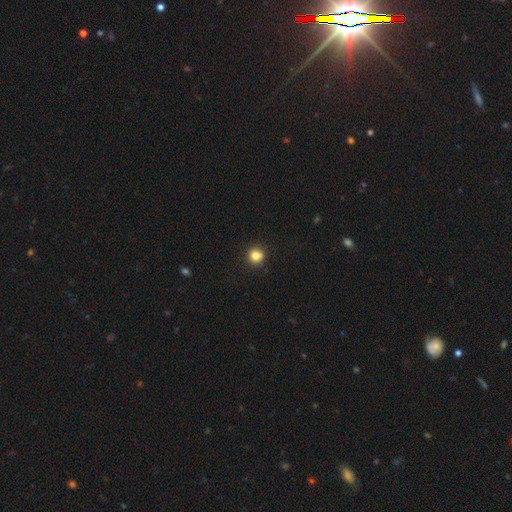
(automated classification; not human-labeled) Smooth or featured?
  - smooth: 83% *
  - star or artifact: 11%
  - featured or disk: 6%
How rounded?
  - round: 87% *
  - in between: 12%
  - cigar-shaped: 1%
Merging?
  - none: 84% *
  - minor disturbance: 10%
  - merger: 3%
  - major disturbance: 2%